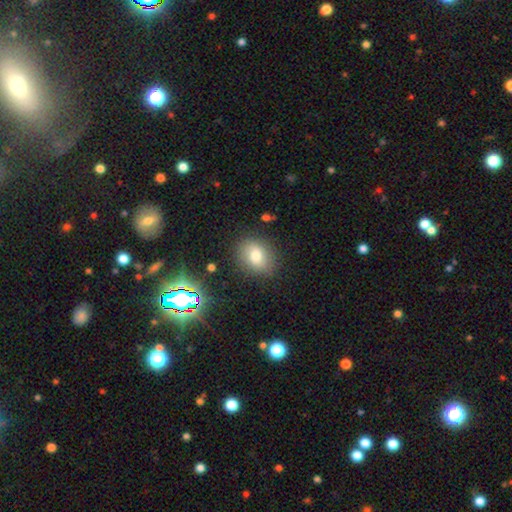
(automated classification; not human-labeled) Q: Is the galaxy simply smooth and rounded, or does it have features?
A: smooth — 75%.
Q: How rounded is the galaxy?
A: in between — 53%.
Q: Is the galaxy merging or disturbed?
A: none — 83%.